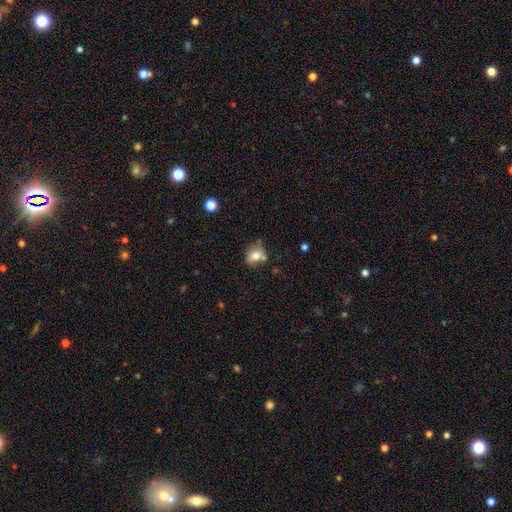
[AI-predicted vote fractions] smooth_or_featured: smooth (p=0.71) [alt: featured or disk p=0.19]
how_rounded: round (p=0.53) [alt: in between p=0.45]
merging: none (p=0.56) [alt: minor disturbance p=0.21]